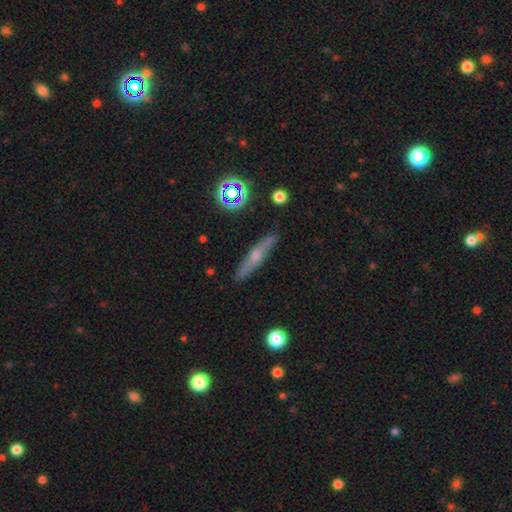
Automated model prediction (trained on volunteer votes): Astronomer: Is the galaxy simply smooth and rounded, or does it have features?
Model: featured or disk — 51% (runner-up: smooth, 37%).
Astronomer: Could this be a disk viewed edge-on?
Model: yes — 87%.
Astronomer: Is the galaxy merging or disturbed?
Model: none — 86%.